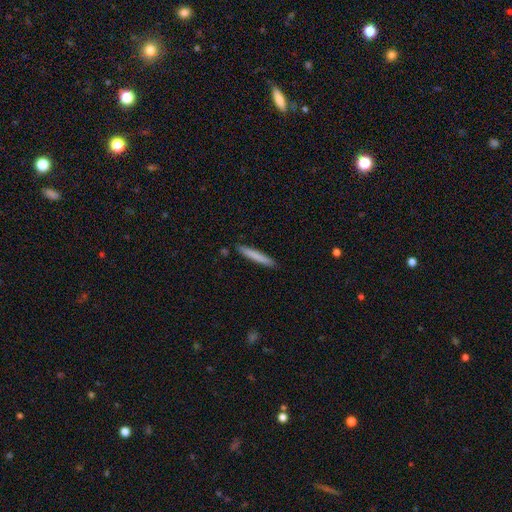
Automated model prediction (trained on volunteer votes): Smooth or featured?
  - smooth: 78% *
  - featured or disk: 16%
  - star or artifact: 6%
How rounded?
  - cigar-shaped: 95% *
  - in between: 4%
  - round: 1%
Merging?
  - none: 90% *
  - minor disturbance: 7%
  - merger: 2%
  - major disturbance: 1%